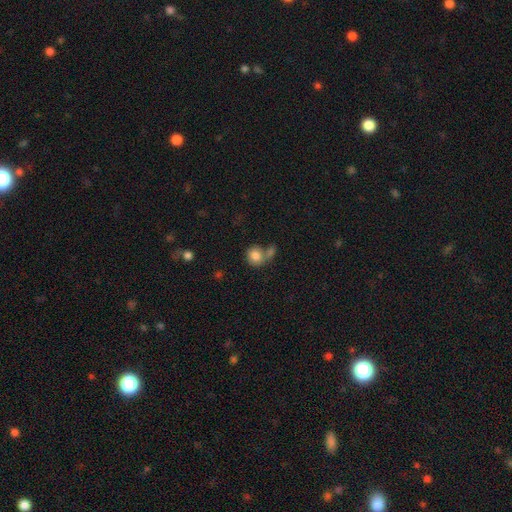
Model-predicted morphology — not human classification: smooth-or-featured: smooth: 81% | featured or disk: 10% | star or artifact: 9%
  how-rounded: round: 78% | in between: 21% | cigar-shaped: 1%
  merging: none: 44% | merger: 38% | minor disturbance: 12% | major disturbance: 6%